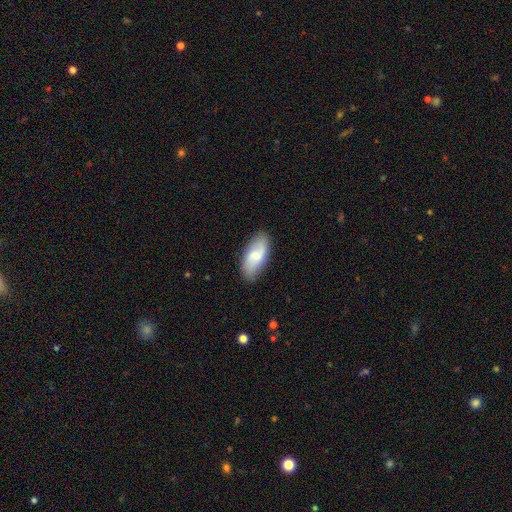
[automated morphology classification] Smooth or featured?
  - smooth: 55% *
  - featured or disk: 39%
  - star or artifact: 6%
How rounded?
  - in between: 89% *
  - cigar-shaped: 8%
  - round: 3%
Merging?
  - none: 83% *
  - minor disturbance: 13%
  - major disturbance: 3%
  - merger: 1%